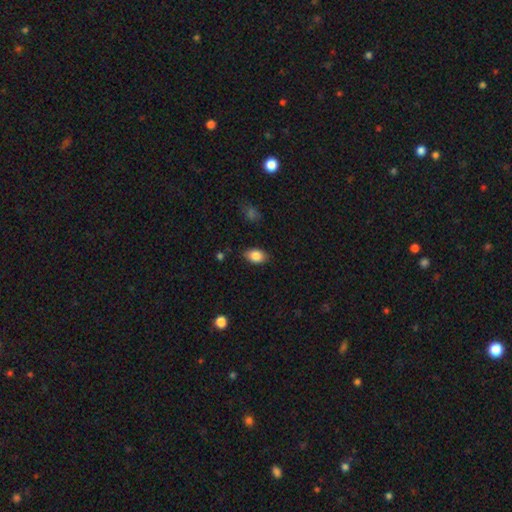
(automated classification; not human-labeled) Smooth or featured? Predicted: smooth (p=0.85). How rounded? Predicted: in between (p=0.85). Merging? Predicted: none (p=0.83).